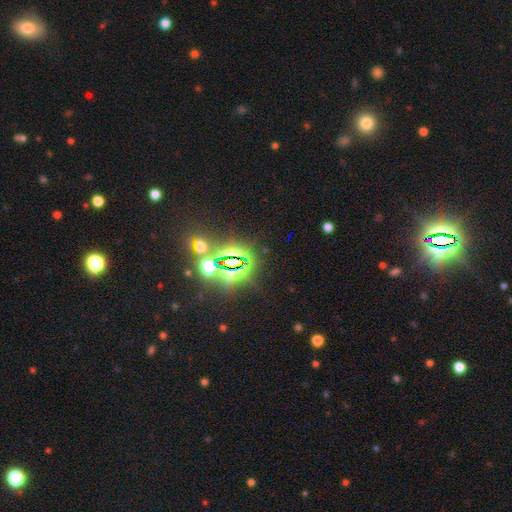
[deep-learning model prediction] This is likely a star or artifact rather than a galaxy (77%).